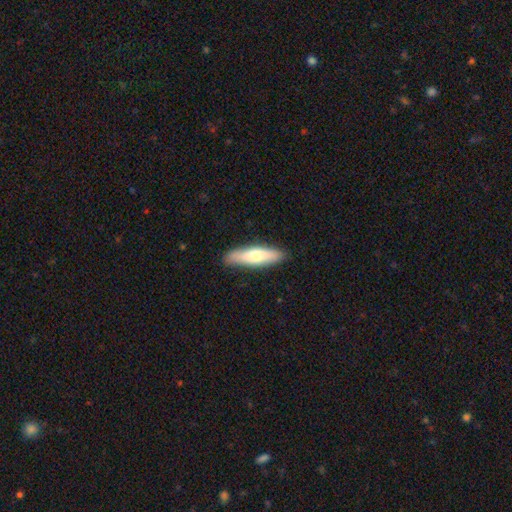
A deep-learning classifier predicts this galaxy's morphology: A smooth galaxy with no disk features (68%) that is cigar-shaped (71%). Merging: none (87%).